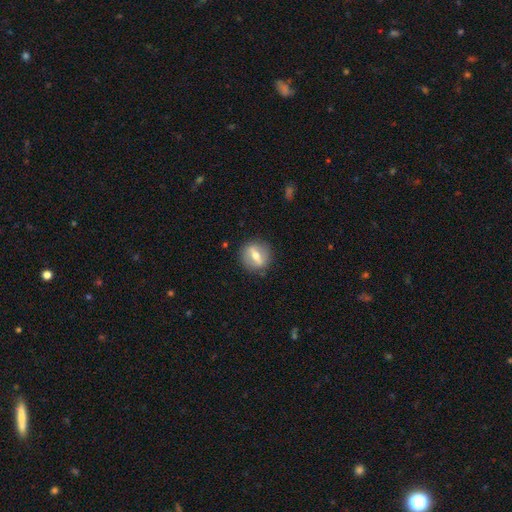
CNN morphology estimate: This is possibly a featured or disk galaxy (57%). It is likely not viewed edge-on (72%). Merging: clearly none (86%).